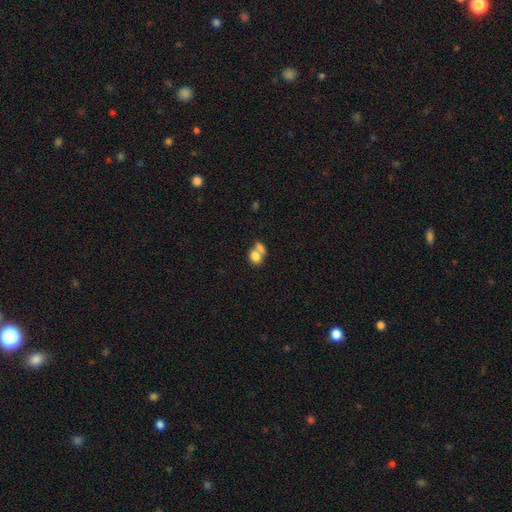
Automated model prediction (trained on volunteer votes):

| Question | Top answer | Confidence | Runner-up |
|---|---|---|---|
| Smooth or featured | smooth | 78% | featured or disk (13%) |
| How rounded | in between | 73% | round (26%) |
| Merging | merger | 61% | none (26%) |